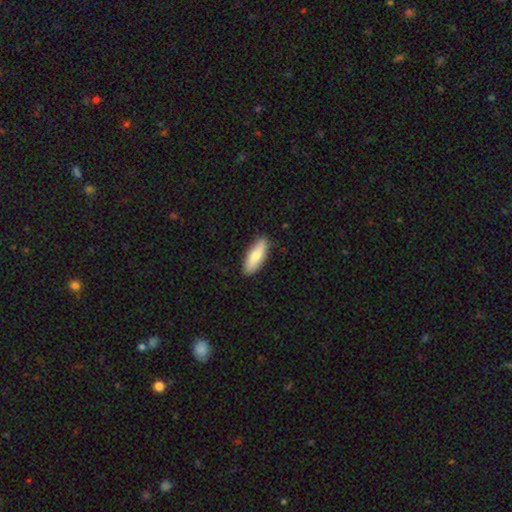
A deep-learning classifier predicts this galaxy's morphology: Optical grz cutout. It shows a smooth galaxy with no disk features (77%) that is in between round and cigar-shaped (62%). Merging: none (88%).